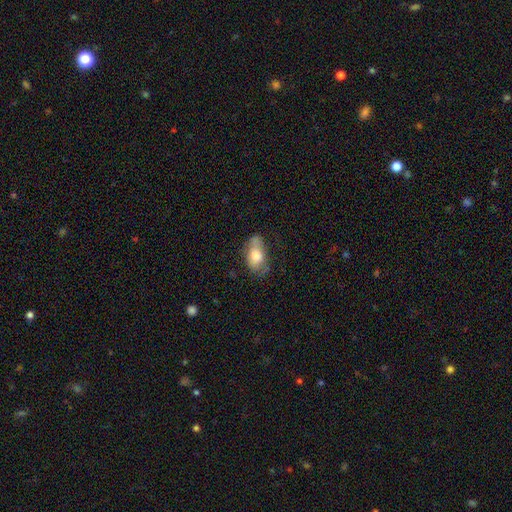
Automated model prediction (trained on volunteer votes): A smooth galaxy with no disk features (68%) that is in between round and cigar-shaped (88%).

Vote fractions:
- Smooth or featured? smooth: 68% / featured or disk: 25% / star or artifact: 8%
- How rounded? in between: 88% / round: 8% / cigar-shaped: 4%
- Merging? none: 47% / minor disturbance: 32% / major disturbance: 14% / merger: 7%